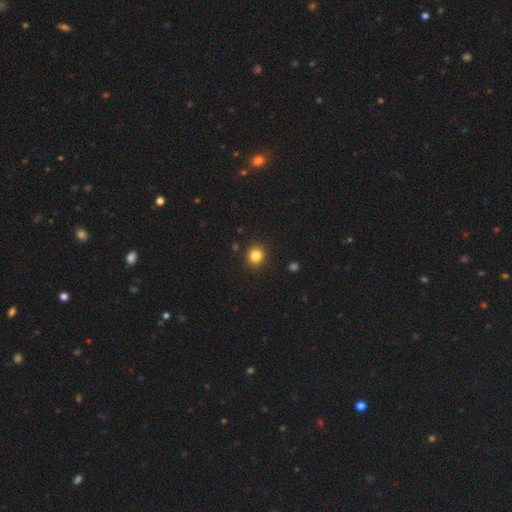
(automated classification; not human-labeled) Q: Smooth or featured?
A: smooth (83%); runner-up: star or artifact (12%)
Q: How rounded?
A: round (84%); runner-up: in between (15%)
Q: Merging?
A: none (91%); runner-up: minor disturbance (6%)